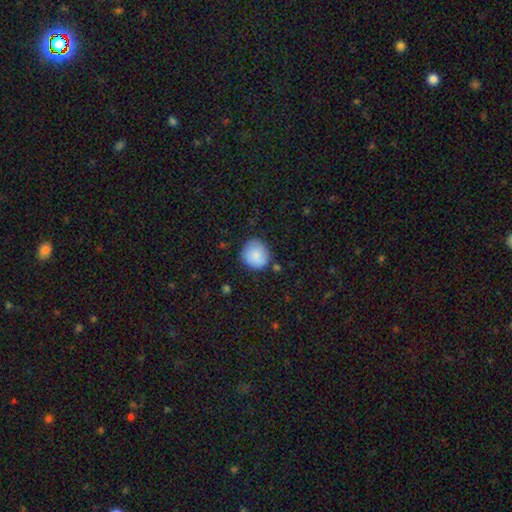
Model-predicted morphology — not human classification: Smooth or featured?
  - smooth: 85% *
  - featured or disk: 8%
  - star or artifact: 7%
How rounded?
  - round: 88% *
  - in between: 11%
  - cigar-shaped: 1%
Merging?
  - none: 77% *
  - minor disturbance: 16%
  - major disturbance: 4%
  - merger: 3%